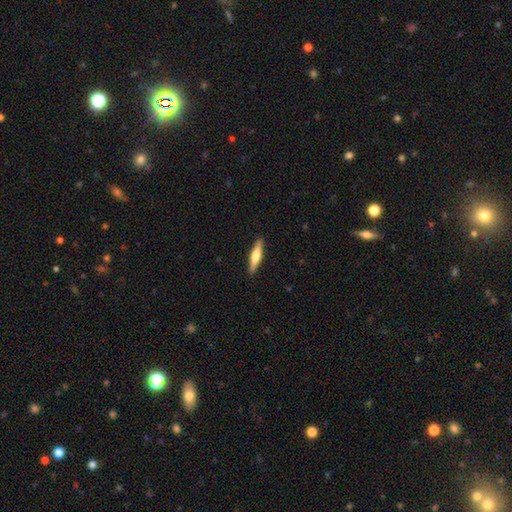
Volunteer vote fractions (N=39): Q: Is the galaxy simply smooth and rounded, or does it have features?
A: featured or disk — 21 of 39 (54%).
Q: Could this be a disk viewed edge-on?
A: yes — 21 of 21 (100%).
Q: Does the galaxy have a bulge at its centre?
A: rounded — 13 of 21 (62%).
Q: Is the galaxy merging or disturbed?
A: none — 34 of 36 (94%).